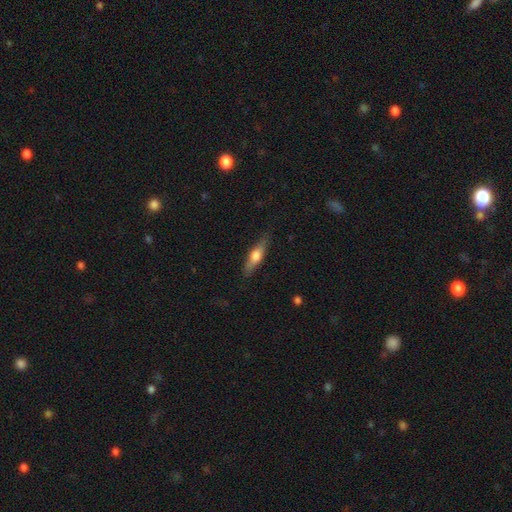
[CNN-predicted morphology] A smooth galaxy with no disk features (47%, tied with featured or disk). Merging: none (83%).